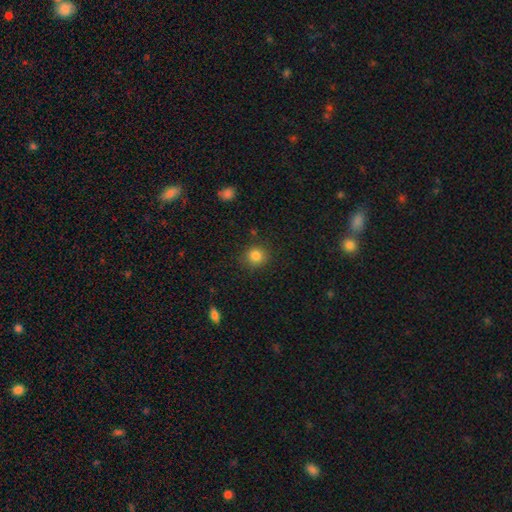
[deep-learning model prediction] Q: Smooth or featured?
A: smooth (83%); runner-up: star or artifact (11%)
Q: How rounded?
A: round (88%); runner-up: in between (11%)
Q: Merging?
A: none (86%); runner-up: minor disturbance (9%)